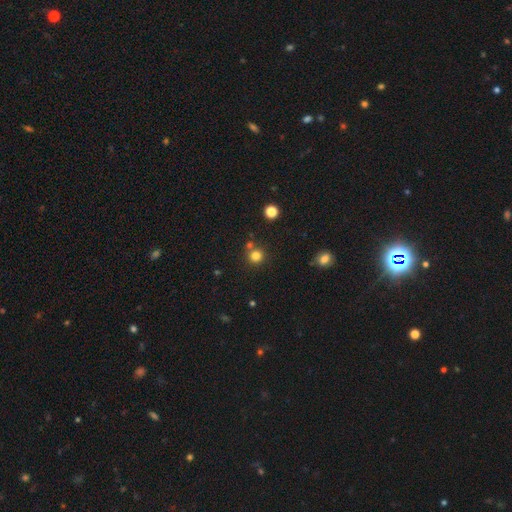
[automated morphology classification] This appears to be a smooth galaxy with no disk features (79%) that is round (92%). Merging: none (74%).